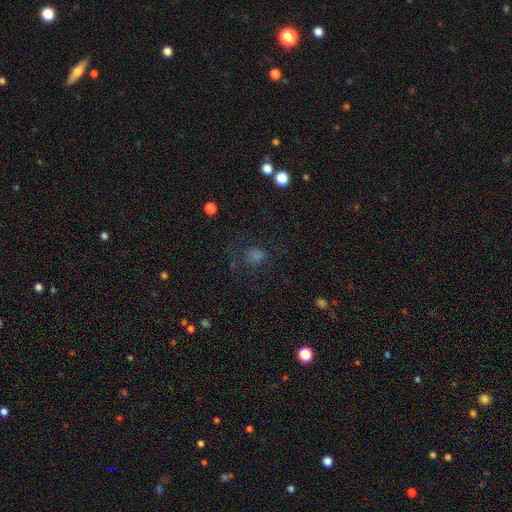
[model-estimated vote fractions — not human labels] Morphology: type=smooth (52%); roundness=round (68%); merging=none (59%).